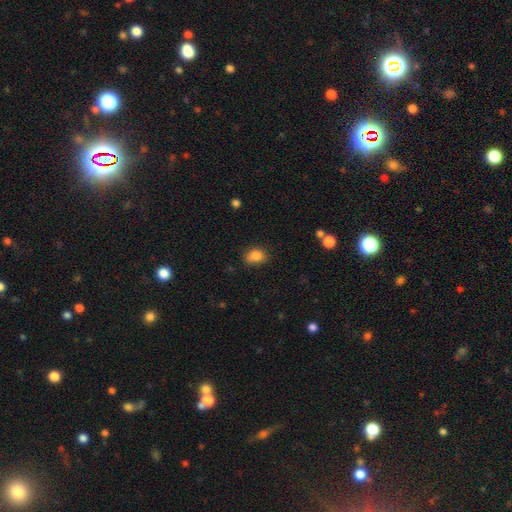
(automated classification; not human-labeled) This appears to be a smooth galaxy with no disk features (84%) that is in between round and cigar-shaped (58%). Merging: none (66%).